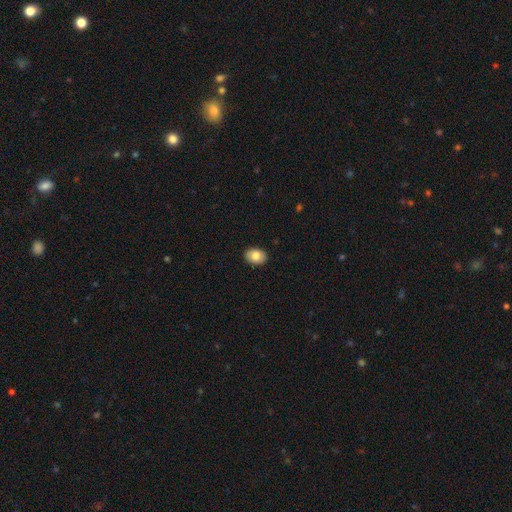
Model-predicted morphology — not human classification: Overall: smooth (83%). How rounded: in between (75%). Merging: none (90%).